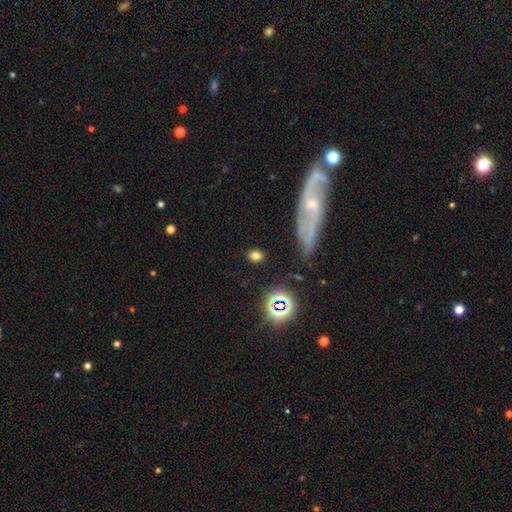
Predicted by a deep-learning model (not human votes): This is likely a smooth galaxy (71%). How rounded: likely in between (65%). Merging: clearly none (85%).